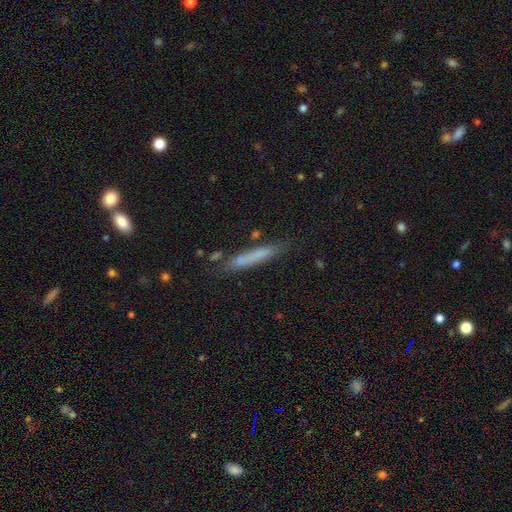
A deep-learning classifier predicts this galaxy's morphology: This is likely a smooth galaxy (68%). How rounded: clearly cigar-shaped (94%). Merging: likely none (77%).